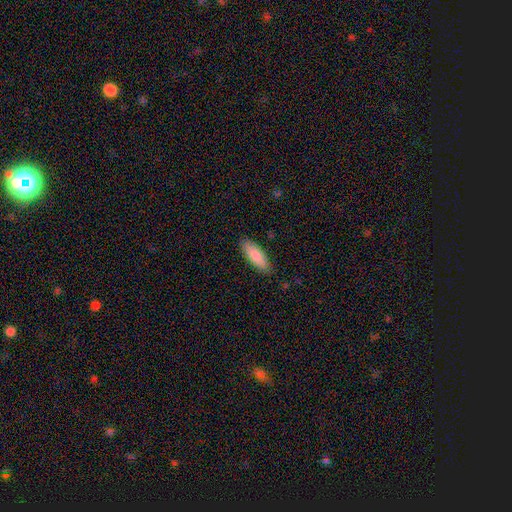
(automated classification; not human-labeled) Q: Smooth or featured?
A: smooth (86%); runner-up: featured or disk (8%)
Q: How rounded?
A: in between (59%); runner-up: cigar-shaped (40%)
Q: Merging?
A: none (87%); runner-up: minor disturbance (10%)